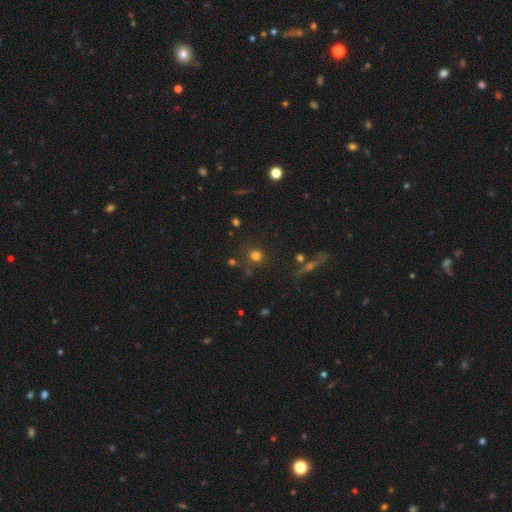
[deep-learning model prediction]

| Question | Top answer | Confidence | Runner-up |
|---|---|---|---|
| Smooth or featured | smooth | 72% | star or artifact (20%) |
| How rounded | round | 92% | in between (7%) |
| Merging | none | 80% | minor disturbance (9%) |